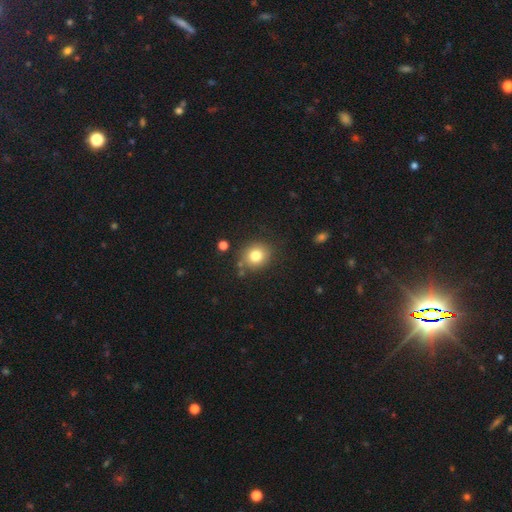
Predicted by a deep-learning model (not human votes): smooth 80%, star or artifact 12%, featured or disk 8%. Down the decision tree: how rounded — round (82%); merging — none (82%).